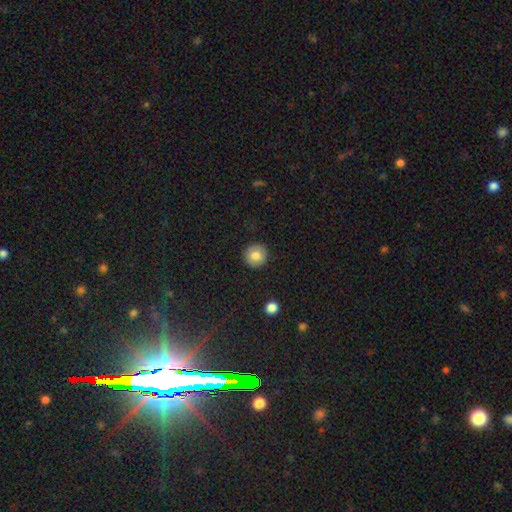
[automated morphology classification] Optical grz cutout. It shows a smooth galaxy with no disk features (82%) that is round (95%). Merging: none (92%).